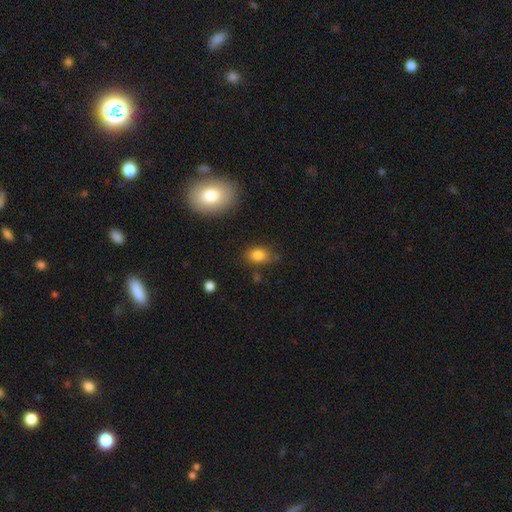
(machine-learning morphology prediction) Overall: smooth (83%). How rounded: in between (70%). Merging: none (76%).